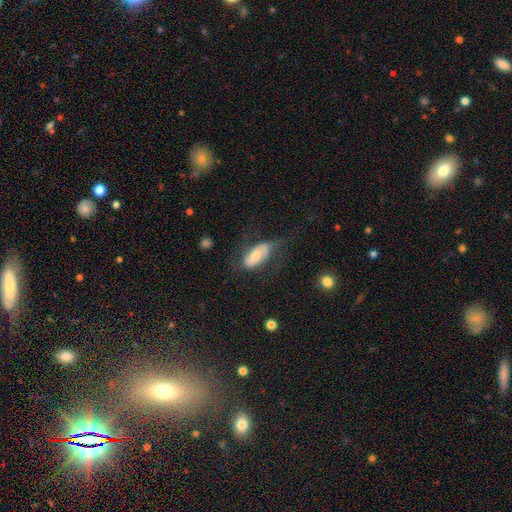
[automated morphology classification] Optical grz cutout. It shows a smooth galaxy with no disk features (47%). Merging: none (48%).